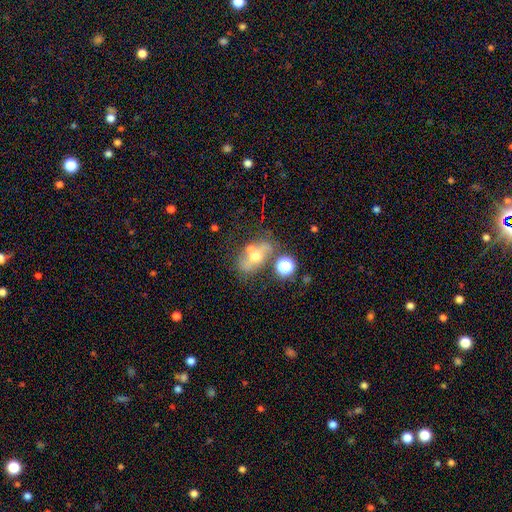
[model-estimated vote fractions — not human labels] A featured or disk galaxy (45%).

Vote fractions:
- Smooth or featured? featured or disk: 45% / smooth: 39% / star or artifact: 16%
- Merging? none: 48% / merger: 25% / minor disturbance: 17% / major disturbance: 10%